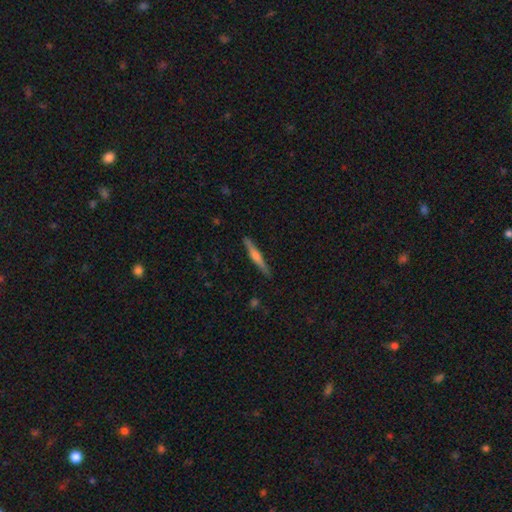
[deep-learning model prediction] Morphology: type=featured or disk (61%); edge-on=yes (98%); edge-on bulge=rounded (77%); merging=none (90%).